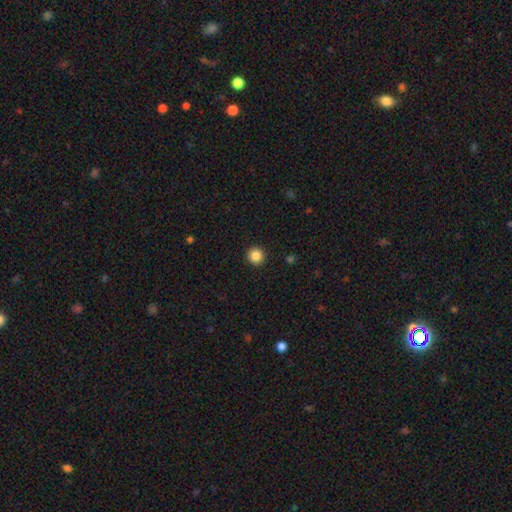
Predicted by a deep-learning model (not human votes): Morphology: type=smooth (86%); roundness=round (96%); merging=none (94%).